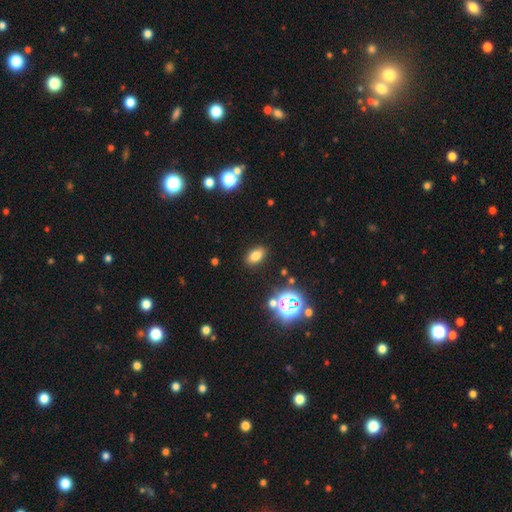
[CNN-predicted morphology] A smooth galaxy with no disk features (75%) that is in between round and cigar-shaped (87%). Merging: none (87%).